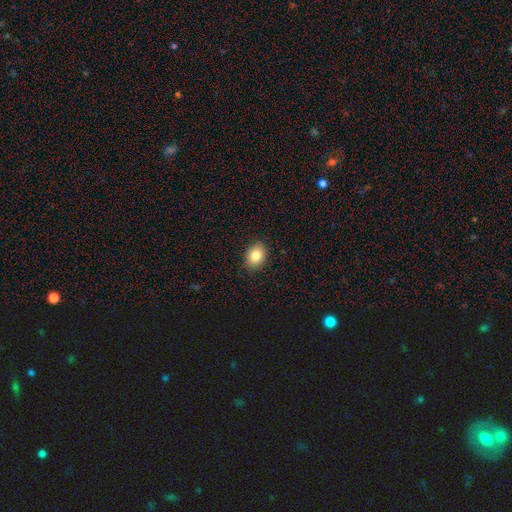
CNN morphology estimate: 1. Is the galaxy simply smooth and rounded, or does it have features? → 84% smooth, 9% star or artifact, 8% featured or disk.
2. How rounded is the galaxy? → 61% in between, 38% round, 1% cigar-shaped.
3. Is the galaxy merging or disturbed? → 89% none, 8% minor disturbance, 2% major disturbance, 1% merger.